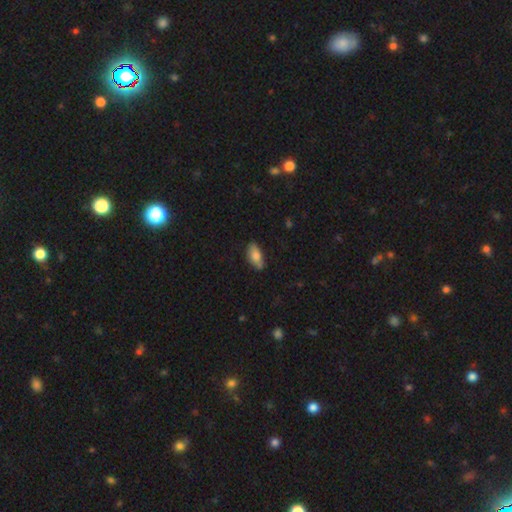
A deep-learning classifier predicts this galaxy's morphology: Smooth or featured? Predicted: smooth (p=0.77). How rounded? Predicted: in between (p=0.88). Merging? Predicted: none (p=0.73).